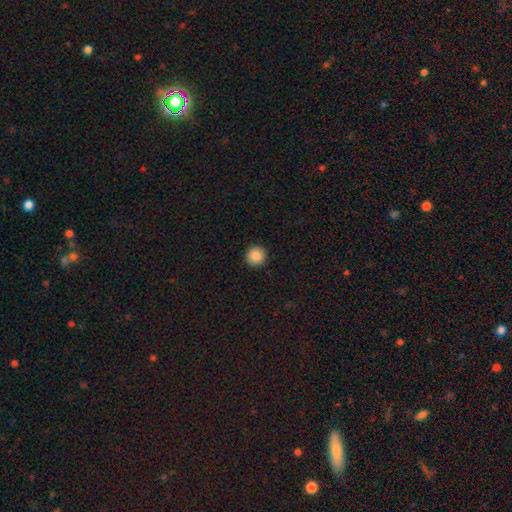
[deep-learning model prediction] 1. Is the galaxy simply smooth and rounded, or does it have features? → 88% smooth, 8% star or artifact, 3% featured or disk.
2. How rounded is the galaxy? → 95% round, 4% in between, 1% cigar-shaped.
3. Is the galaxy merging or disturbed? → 93% none, 4% minor disturbance, 2% major disturbance, 1% merger.